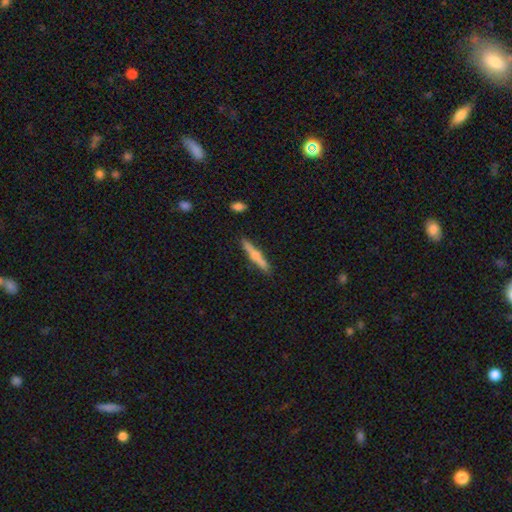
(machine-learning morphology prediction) This is possibly a smooth galaxy (52%). How rounded: clearly cigar-shaped (91%). Merging: clearly none (85%).